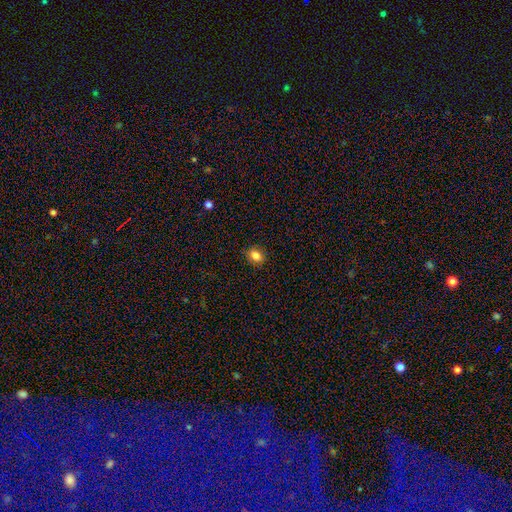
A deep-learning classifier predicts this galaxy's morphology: smooth_or_featured: smooth (p=0.84) [alt: star or artifact p=0.10]
how_rounded: in between (p=0.59) [alt: round p=0.40]
merging: none (p=0.87) [alt: minor disturbance p=0.10]